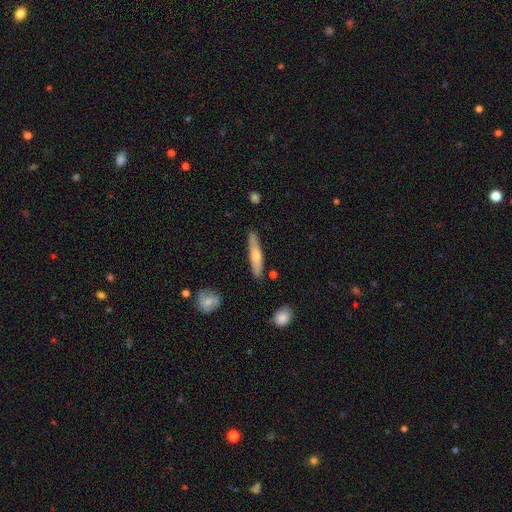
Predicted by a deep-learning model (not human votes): The model was most divided on "smooth or featured": smooth: 50%, featured or disk: 44%, star or artifact: 6%. More confident: merging — none (86%); how rounded — cigar-shaped (85%).